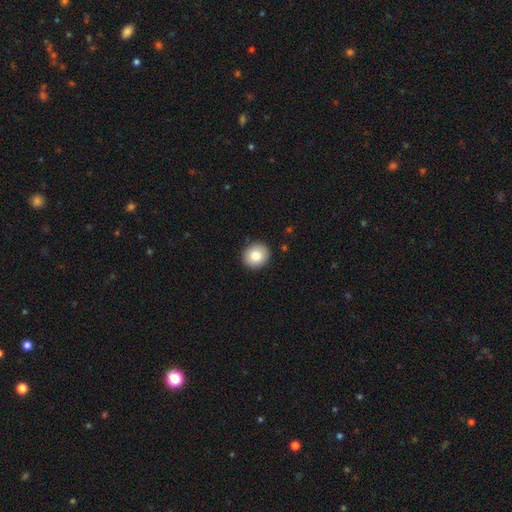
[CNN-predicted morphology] Smooth or featured: smooth — 83% (featured or disk — 9%)
How rounded: round — 84% (in between — 15%)
Merging: none — 91% (minor disturbance — 7%)